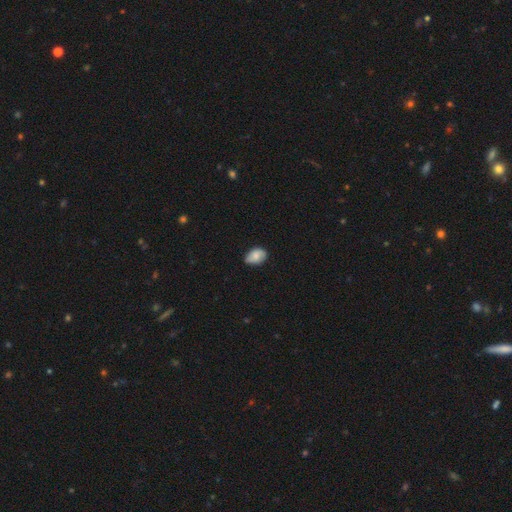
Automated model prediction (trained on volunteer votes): Q: Smooth or featured?
A: smooth (80%); runner-up: featured or disk (13%)
Q: How rounded?
A: in between (79%); runner-up: round (20%)
Q: Merging?
A: none (74%); runner-up: minor disturbance (22%)